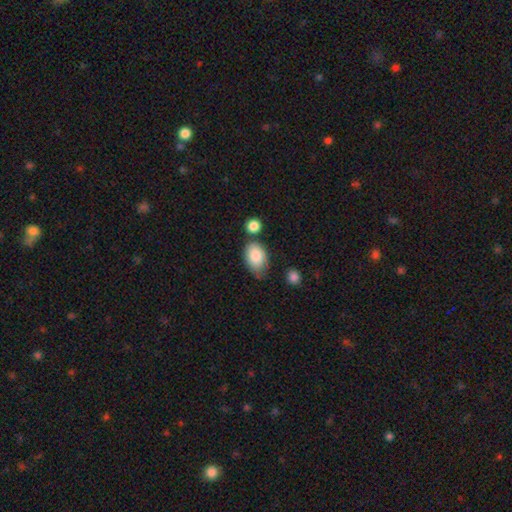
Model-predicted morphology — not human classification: Smooth or featured?
  - smooth: 85% *
  - featured or disk: 8%
  - star or artifact: 7%
How rounded?
  - in between: 88% *
  - round: 11%
  - cigar-shaped: 1%
Merging?
  - none: 55% *
  - minor disturbance: 26%
  - merger: 13%
  - major disturbance: 6%